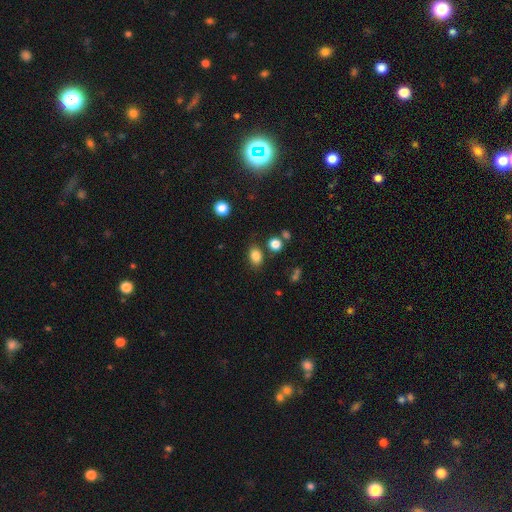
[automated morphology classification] Smooth or featured: smooth — 84% (star or artifact — 11%)
How rounded: in between — 68% (round — 31%)
Merging: none — 78% (minor disturbance — 12%)